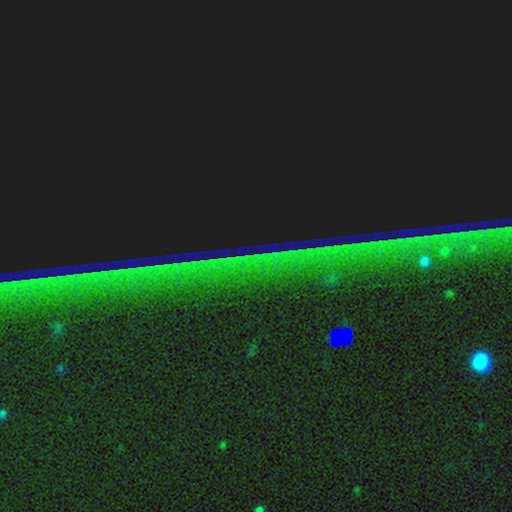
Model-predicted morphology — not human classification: Smooth or featured? star or artifact (85%)